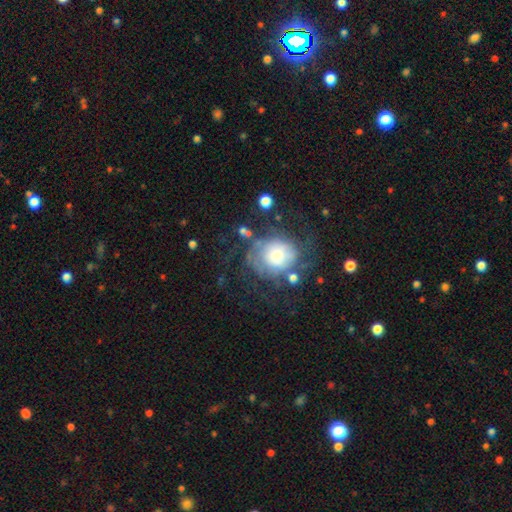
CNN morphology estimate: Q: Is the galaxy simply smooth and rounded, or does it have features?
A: featured or disk — 43%.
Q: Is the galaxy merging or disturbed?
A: none — 72%.